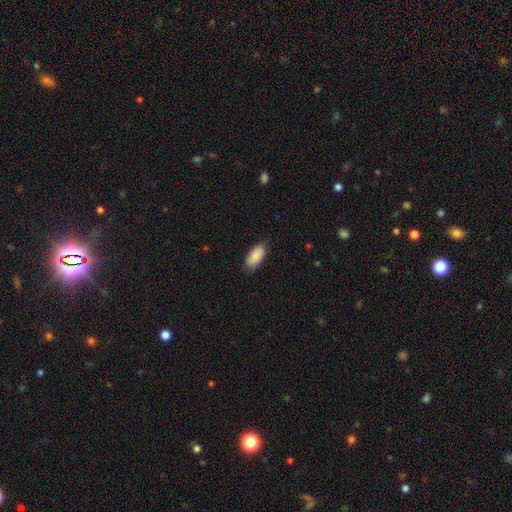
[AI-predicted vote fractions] Q: Smooth or featured?
A: smooth (89%); runner-up: star or artifact (6%)
Q: How rounded?
A: in between (91%); runner-up: cigar-shaped (7%)
Q: Merging?
A: none (81%); runner-up: minor disturbance (15%)